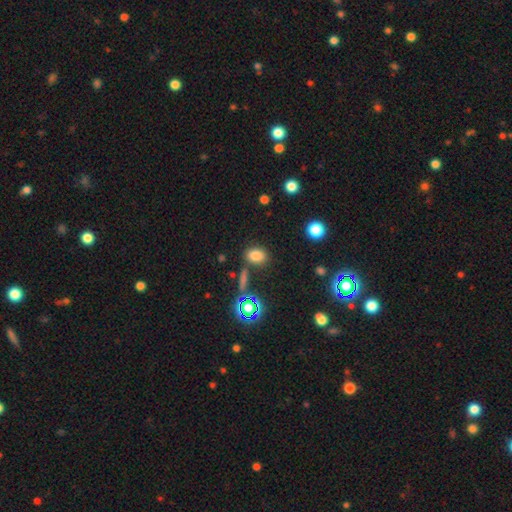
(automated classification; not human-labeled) A smooth galaxy with no disk features (78%) that is in between round and cigar-shaped (69%). Merging: none (76%).